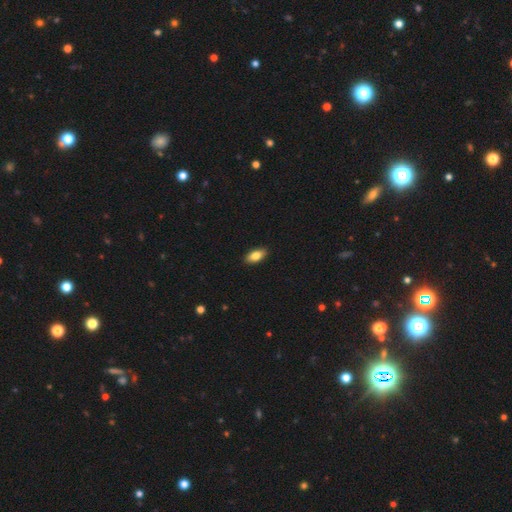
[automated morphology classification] This is clearly a smooth galaxy (81%). How rounded: clearly in between (88%). Merging: clearly none (90%).